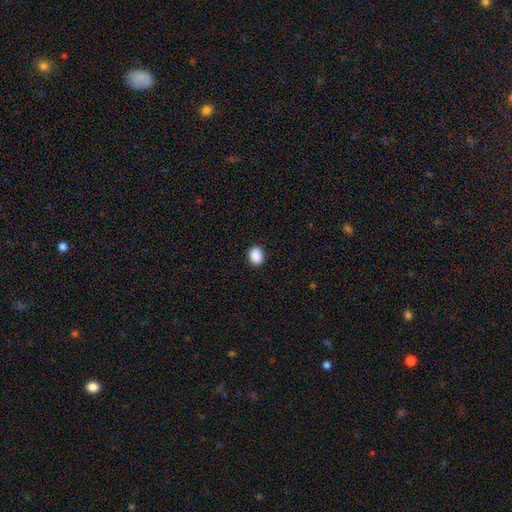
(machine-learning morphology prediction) This is clearly a smooth galaxy (90%). How rounded: possibly in between (52%). Merging: clearly none (90%).